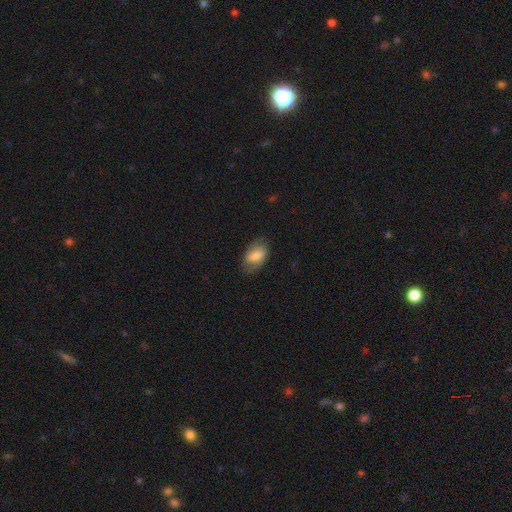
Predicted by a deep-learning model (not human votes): A smooth galaxy with no disk features (73%) that is in between round and cigar-shaped (89%).

Vote fractions:
- Smooth or featured? smooth: 73% / featured or disk: 20% / star or artifact: 7%
- How rounded? in between: 89% / round: 9% / cigar-shaped: 2%
- Merging? none: 72% / minor disturbance: 21% / major disturbance: 6% / merger: 1%